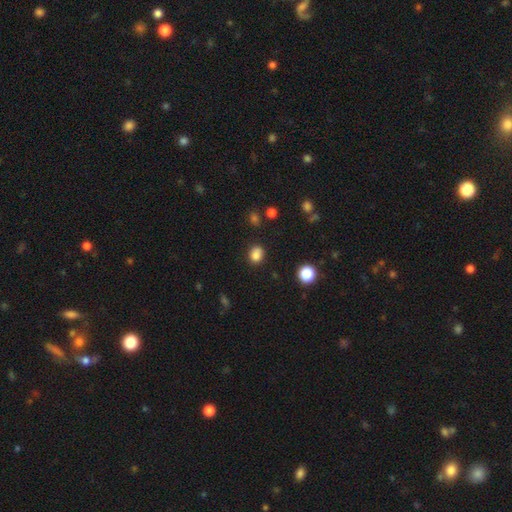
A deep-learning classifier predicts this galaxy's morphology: A smooth galaxy with no disk features (83%) that is round (52%).

Vote fractions:
- Smooth or featured? smooth: 83% / star or artifact: 12% / featured or disk: 5%
- How rounded? round: 52% / in between: 47% / cigar-shaped: 1%
- Merging? none: 75% / minor disturbance: 16% / merger: 5% / major disturbance: 4%